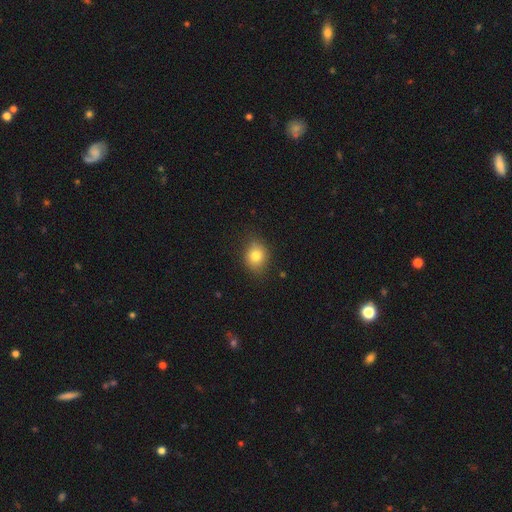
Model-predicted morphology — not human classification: smooth_or_featured: smooth (p=0.79) [alt: featured or disk p=0.11]
how_rounded: round (p=0.50) [alt: in between p=0.49]
merging: none (p=0.80) [alt: minor disturbance p=0.15]